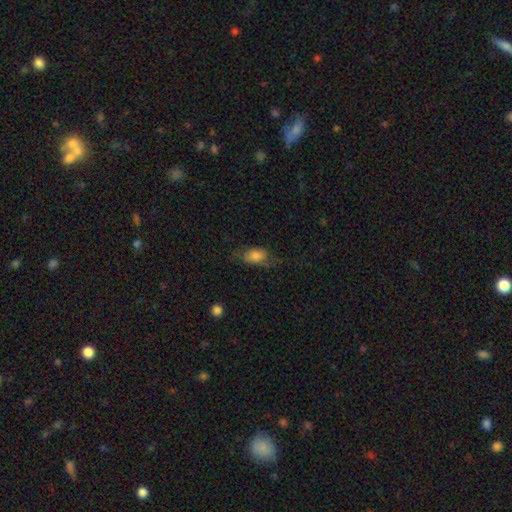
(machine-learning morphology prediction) Overall: smooth (75%). How rounded: in between (83%). Merging: none (54%; minor disturbance 27%).